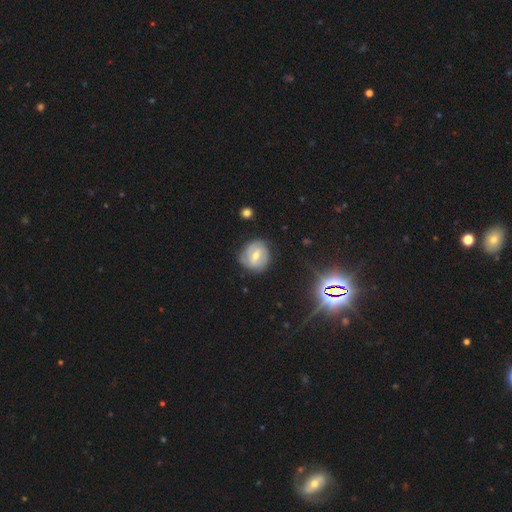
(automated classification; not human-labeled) smooth_or_featured: featured or disk (p=0.54) [alt: smooth p=0.37]
disk_edge_on: no (p=0.96) [alt: yes p=0.04]
bar: weak (p=0.53) [alt: strong p=0.24]
has_spiral_arms: yes (p=0.69) [alt: no p=0.31]
bulge_size: moderate (p=0.63) [alt: small p=0.32]
merging: none (p=0.74) [alt: minor disturbance p=0.19]